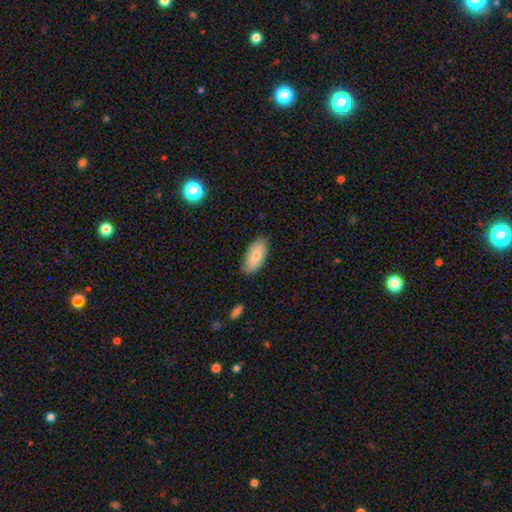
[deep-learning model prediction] This is likely a smooth galaxy (75%). How rounded: clearly in between (92%). Merging: clearly none (81%).